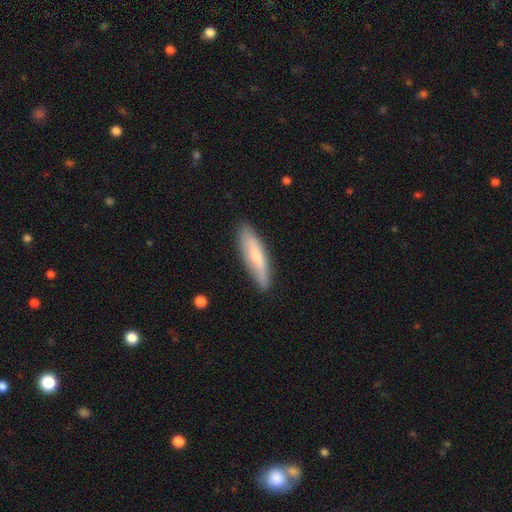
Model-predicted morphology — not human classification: Overall: smooth (65%; featured or disk 29%). How rounded: cigar-shaped (71%). Merging: none (82%).